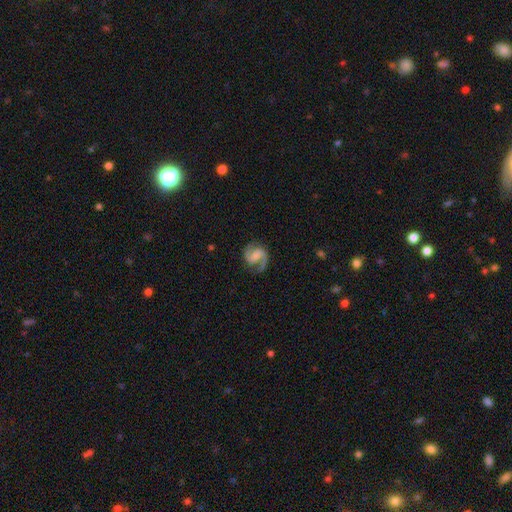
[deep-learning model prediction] smooth_or_featured: featured or disk (p=0.89) [alt: smooth p=0.06]
disk_edge_on: no (p=0.98) [alt: yes p=0.02]
bar: weak (p=0.51) [alt: no p=0.33]
has_spiral_arms: yes (p=0.98) [alt: no p=0.02]
spiral_winding: medium (p=0.59) [alt: loose p=0.21]
spiral_arm_count: 2 (p=0.91) [alt: 1 p=0.04]
bulge_size: small (p=0.37) [alt: moderate p=0.36]
merging: none (p=0.80) [alt: minor disturbance p=0.14]